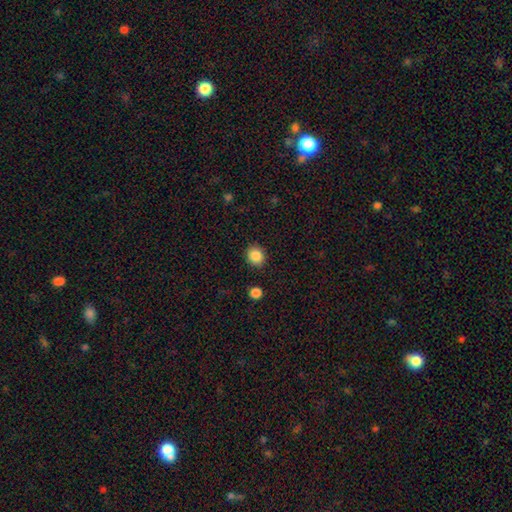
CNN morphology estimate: This appears to be a smooth galaxy with no disk features (86%) that is round (79%). Merging: none (89%).